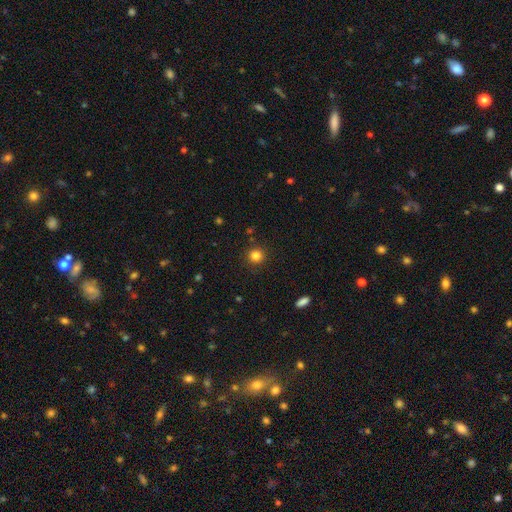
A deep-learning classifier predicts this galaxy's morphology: Smooth or featured? smooth (83%)
How rounded? round (93%)
Merging? none (89%)